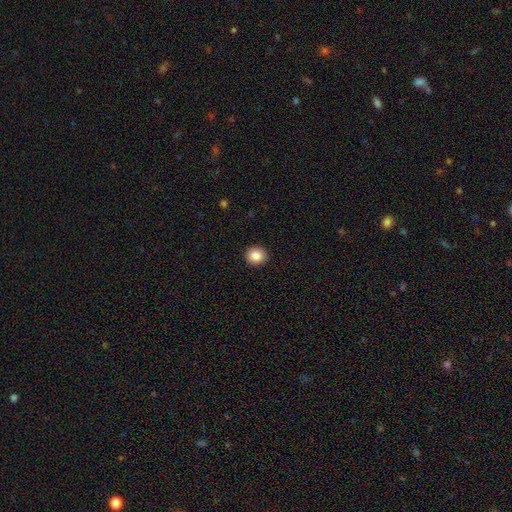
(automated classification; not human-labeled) smooth-or-featured: smooth: 85% | star or artifact: 9% | featured or disk: 6%
  how-rounded: round: 84% | in between: 15% | cigar-shaped: 1%
  merging: none: 92% | minor disturbance: 6% | major disturbance: 2% | merger: 1%